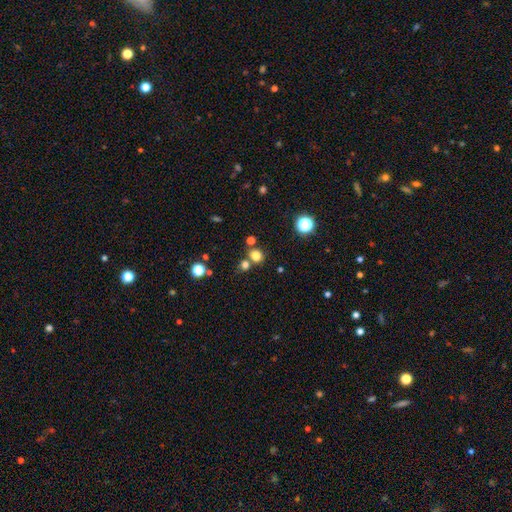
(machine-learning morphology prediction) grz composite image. It shows a smooth galaxy with no disk features (77%) that is round (79%). Merging: none (67%).